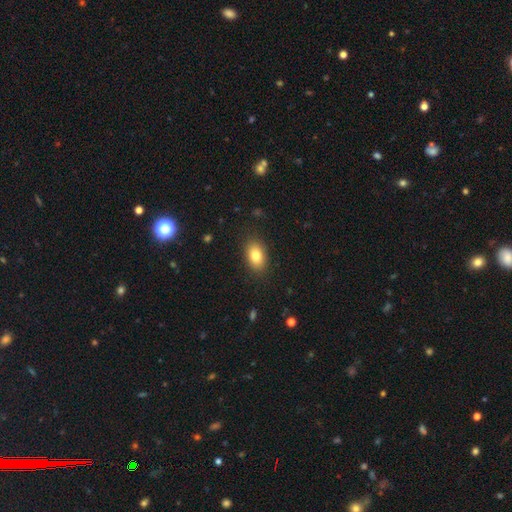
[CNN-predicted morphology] smooth_or_featured: smooth (p=0.81) [alt: featured or disk p=0.11]
how_rounded: in between (p=0.87) [alt: round p=0.11]
merging: none (p=0.87) [alt: minor disturbance p=0.09]